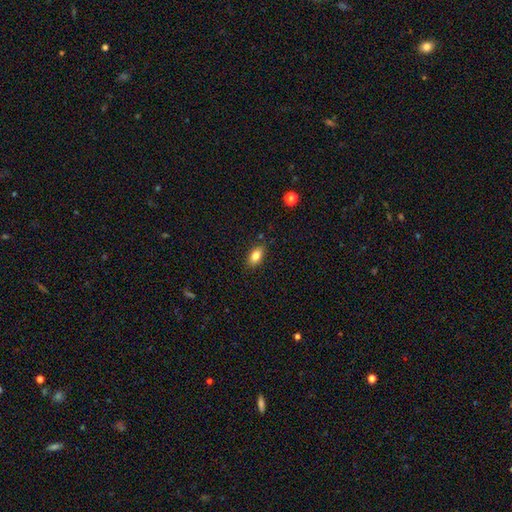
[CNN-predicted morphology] The model was most divided on "merging": none: 82%, minor disturbance: 14%, major disturbance: 3%, merger: 2%. More confident: how rounded — in between (87%); smooth or featured — smooth (81%).